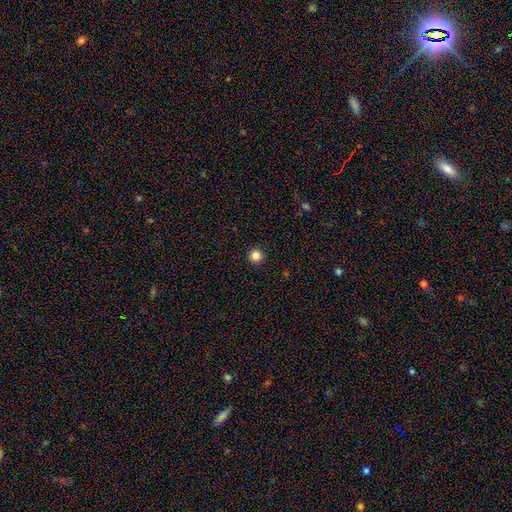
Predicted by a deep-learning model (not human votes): This appears to be a smooth galaxy with no disk features (85%) that is round (96%). Merging: none (94%).